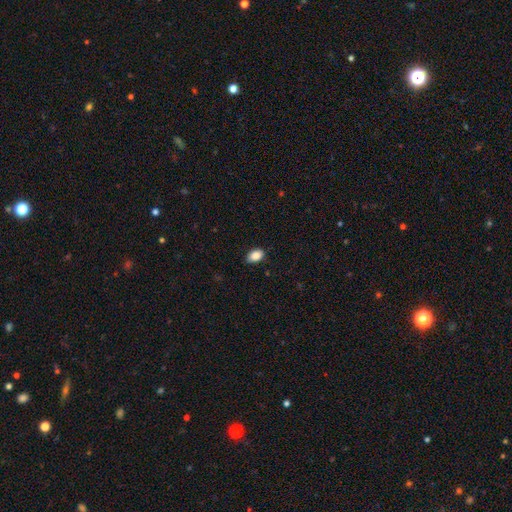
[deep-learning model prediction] Smooth or featured? Predicted: smooth (p=0.88). How rounded? Predicted: in between (p=0.88). Merging? Predicted: none (p=0.83).